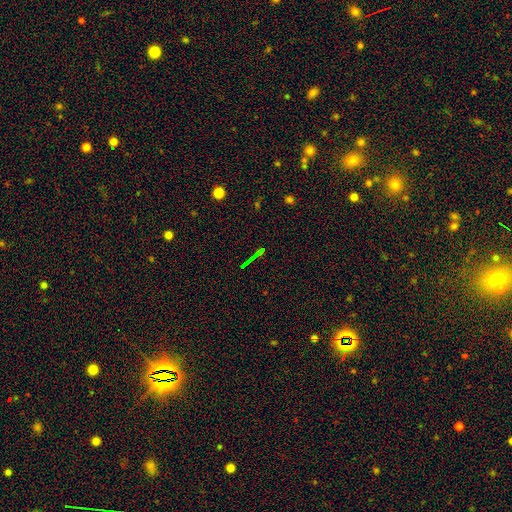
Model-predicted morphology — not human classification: This is possibly a star or artifact rather than a galaxy (57%).